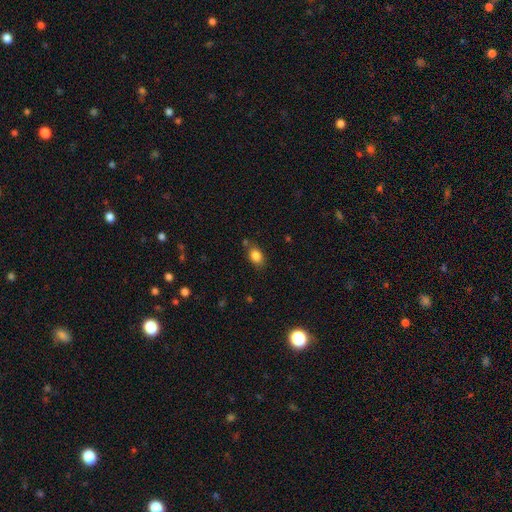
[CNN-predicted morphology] smooth_or_featured: smooth (p=0.84) [alt: star or artifact p=0.10]
how_rounded: in between (p=0.79) [alt: round p=0.20]
merging: none (p=0.75) [alt: minor disturbance p=0.15]